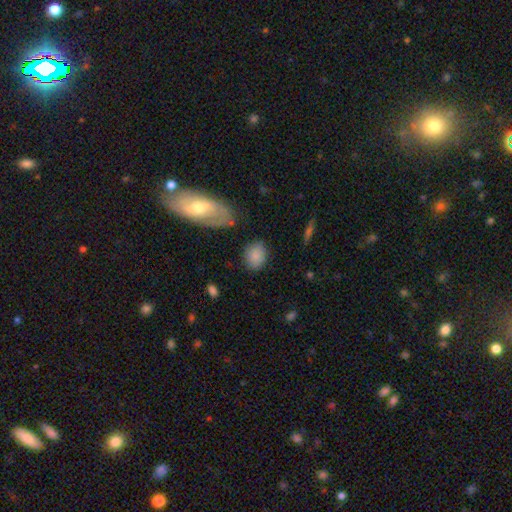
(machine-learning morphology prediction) smooth_or_featured: smooth (p=0.85) [alt: star or artifact p=0.08]
how_rounded: round (p=0.50) [alt: in between p=0.49]
merging: none (p=0.80) [alt: minor disturbance p=0.13]